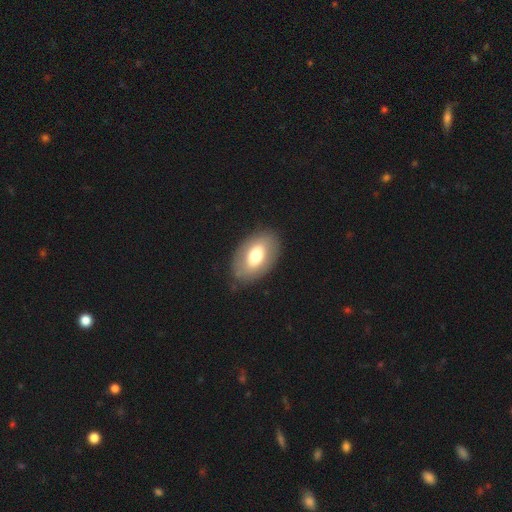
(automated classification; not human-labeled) Q: Smooth or featured?
A: smooth (62%); runner-up: featured or disk (31%)
Q: How rounded?
A: in between (89%); runner-up: round (9%)
Q: Merging?
A: none (82%); runner-up: minor disturbance (13%)